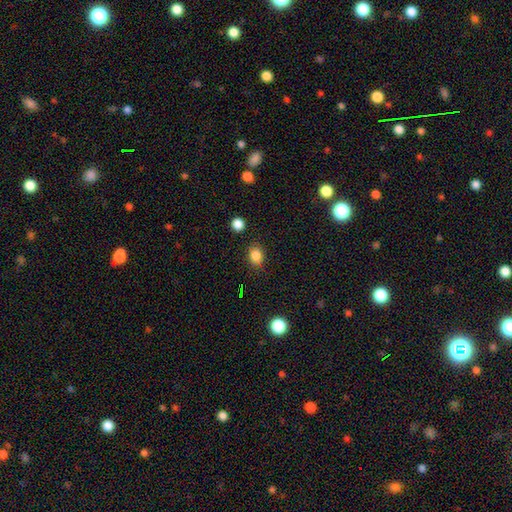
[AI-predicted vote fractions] This appears to be a smooth galaxy with no disk features (84%) that is in between round and cigar-shaped (52%). Merging: none (84%).